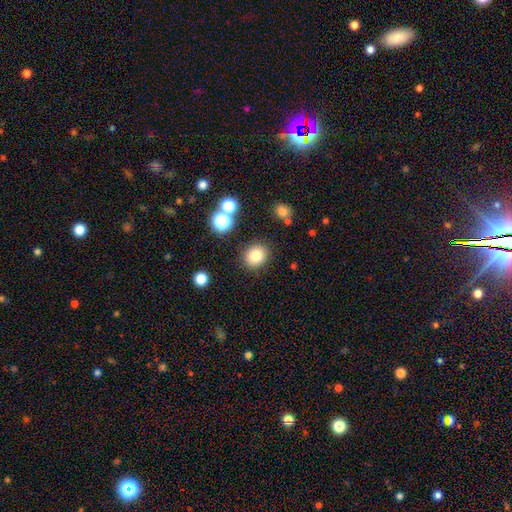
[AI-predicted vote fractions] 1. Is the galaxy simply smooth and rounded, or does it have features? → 80% smooth, 13% star or artifact, 7% featured or disk.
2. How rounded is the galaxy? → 78% round, 21% in between, 1% cigar-shaped.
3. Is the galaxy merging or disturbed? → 86% none, 8% minor disturbance, 3% merger, 3% major disturbance.